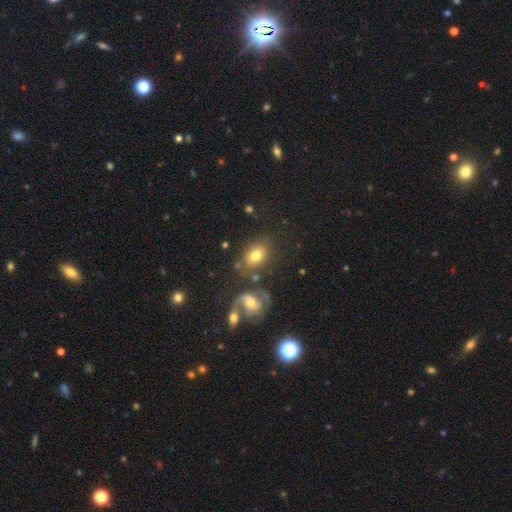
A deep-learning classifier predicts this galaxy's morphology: smooth_or_featured: smooth (p=0.68) [alt: featured or disk p=0.22]
how_rounded: in between (p=0.72) [alt: round p=0.27]
merging: none (p=0.62) [alt: merger p=0.15]